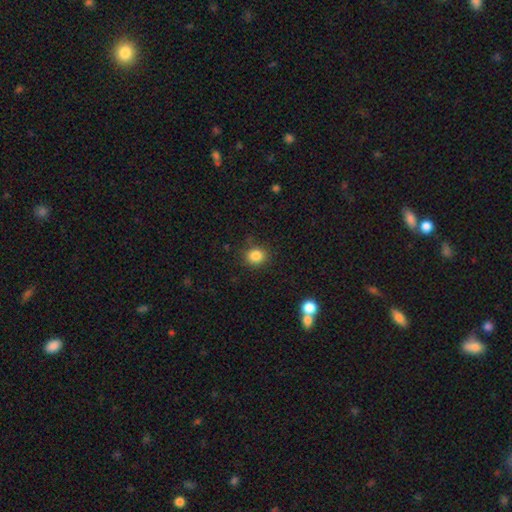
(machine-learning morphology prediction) A smooth galaxy with no disk features (85%) that is round (76%).

Vote fractions:
- Smooth or featured? smooth: 85% / star or artifact: 11% / featured or disk: 5%
- How rounded? round: 76% / in between: 23% / cigar-shaped: 1%
- Merging? none: 86% / minor disturbance: 9% / major disturbance: 3% / merger: 2%